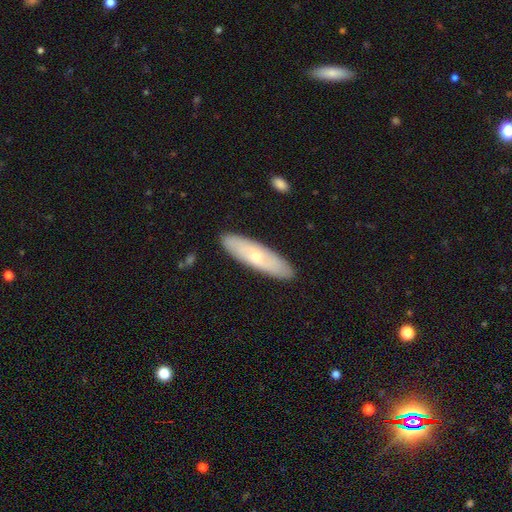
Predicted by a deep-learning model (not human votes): This is possibly a smooth galaxy (56%). How rounded: likely cigar-shaped (66%). Merging: clearly none (89%).